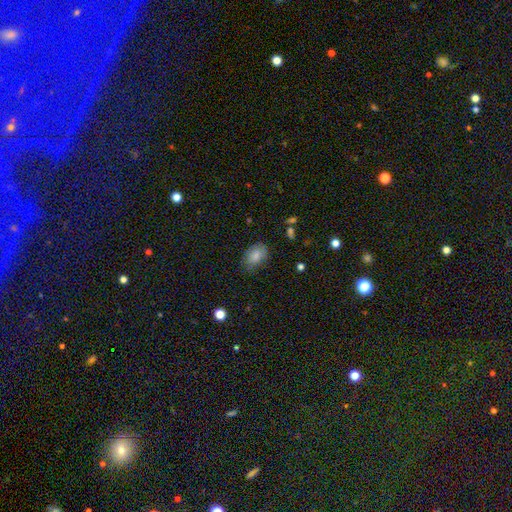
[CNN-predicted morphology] Smooth or featured?
  - smooth: 82% *
  - featured or disk: 10%
  - star or artifact: 8%
How rounded?
  - in between: 84% *
  - round: 15%
  - cigar-shaped: 1%
Merging?
  - none: 72% *
  - minor disturbance: 22%
  - major disturbance: 5%
  - merger: 1%